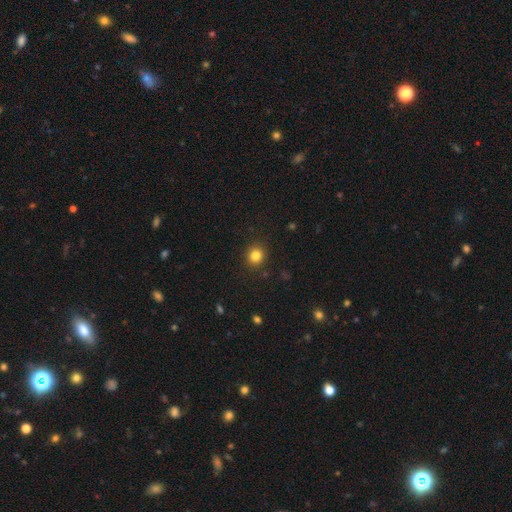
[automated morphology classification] A smooth galaxy with no disk features (82%) that is round (89%). Merging: none (91%).